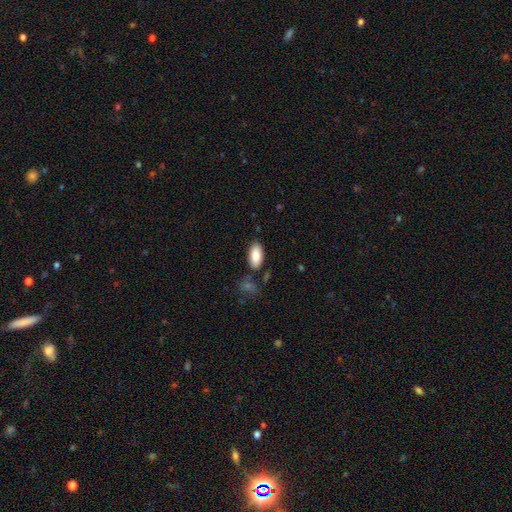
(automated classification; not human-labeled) smooth-or-featured: smooth: 86% | featured or disk: 8% | star or artifact: 6%
  how-rounded: in between: 93% | cigar-shaped: 5% | round: 2%
  merging: none: 82% | minor disturbance: 11% | merger: 4% | major disturbance: 3%